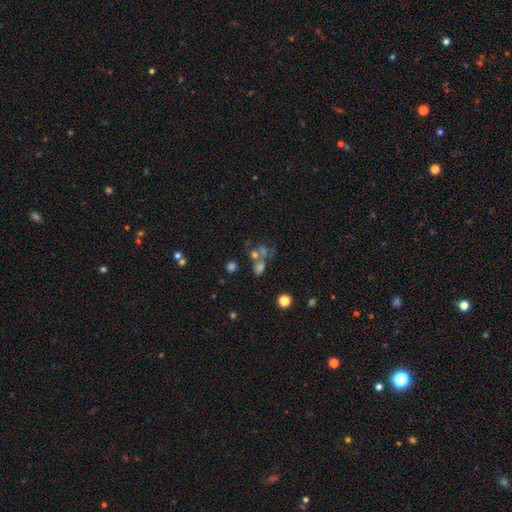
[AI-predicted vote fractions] Overall: smooth (39%; star or artifact 35%). Merging: none (43%; merger 36%).